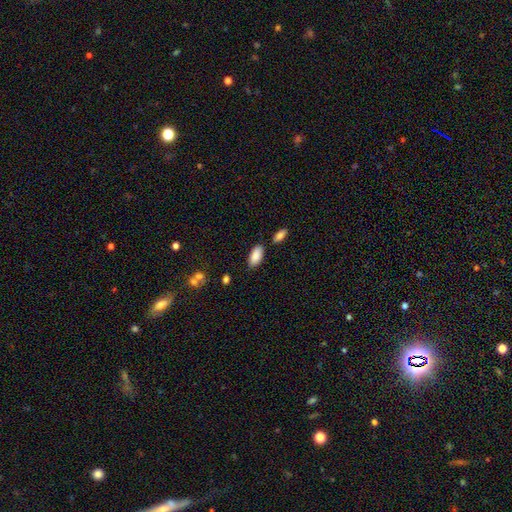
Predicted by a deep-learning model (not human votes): Q: Smooth or featured?
A: smooth (86%); runner-up: featured or disk (7%)
Q: How rounded?
A: in between (92%); runner-up: cigar-shaped (6%)
Q: Merging?
A: none (79%); runner-up: minor disturbance (12%)